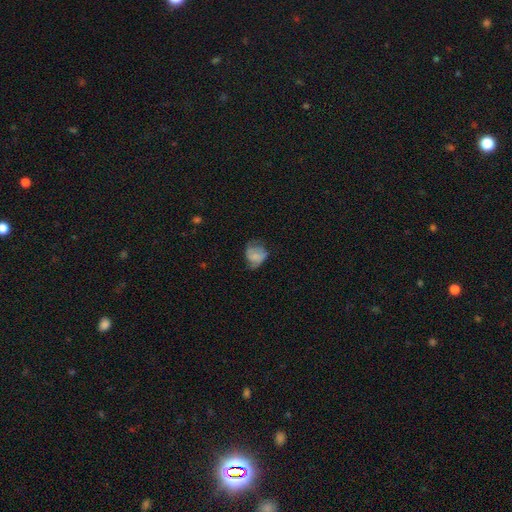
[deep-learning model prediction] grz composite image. It shows a smooth galaxy with no disk features (58%) that is round (55%). Merging: none (44%).